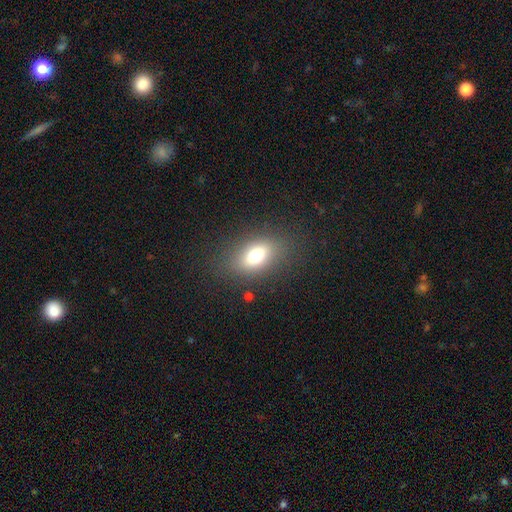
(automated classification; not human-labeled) A smooth galaxy with no disk features (72%) that is in between round and cigar-shaped (82%). Merging: none (82%).